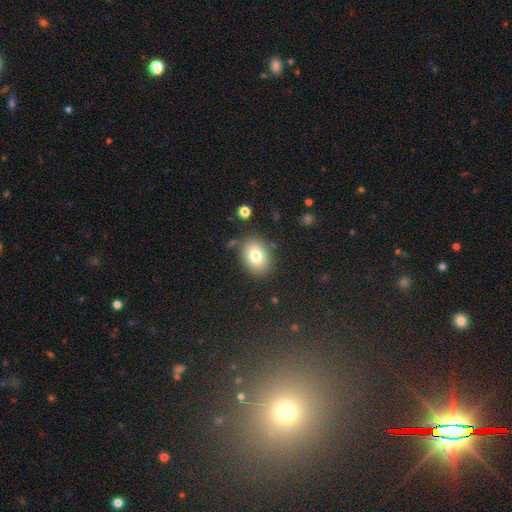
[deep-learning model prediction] Morphology: type=smooth (79%); roundness=in between (70%); merging=none (80%).